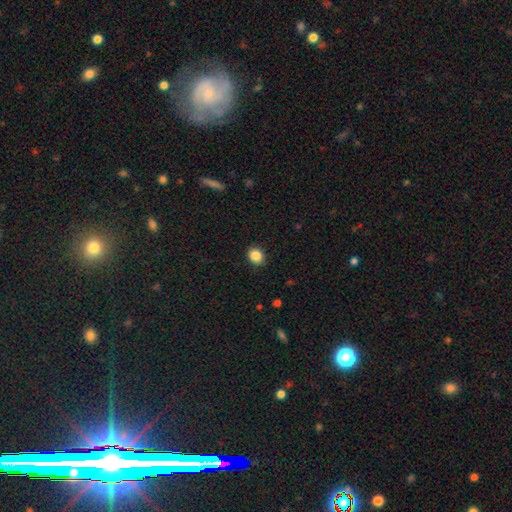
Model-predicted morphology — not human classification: Smooth or featured? smooth (87%)
How rounded? round (66%)
Merging? none (90%)